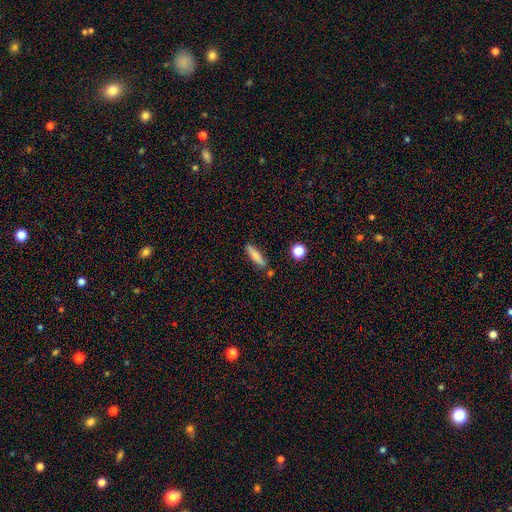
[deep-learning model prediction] smooth_or_featured: smooth (p=0.74) [alt: featured or disk p=0.18]
how_rounded: cigar-shaped (p=0.76) [alt: in between p=0.22]
merging: none (p=0.79) [alt: minor disturbance p=0.13]